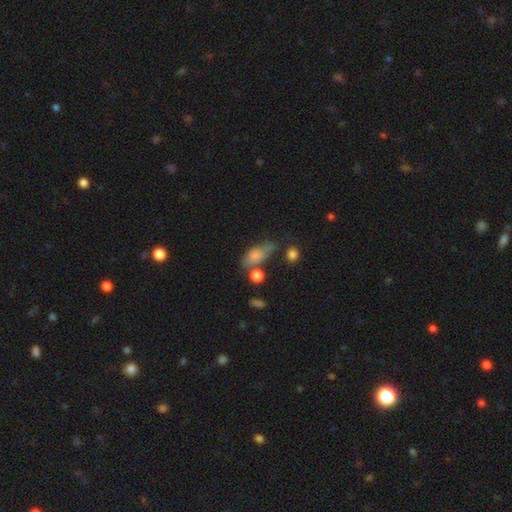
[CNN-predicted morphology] smooth 73%, featured or disk 17%, star or artifact 10%. Down the decision tree: how rounded — in between (80%); merging — none (35%).